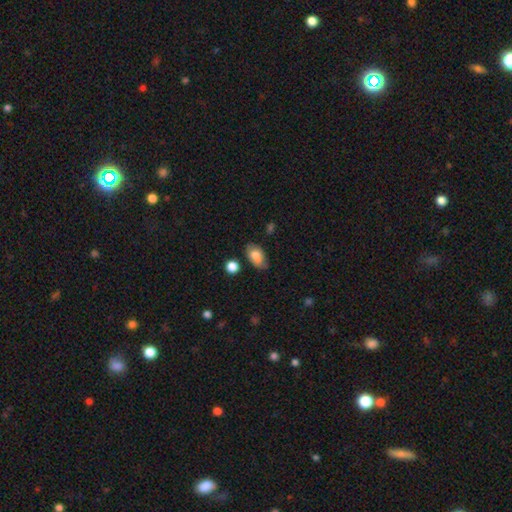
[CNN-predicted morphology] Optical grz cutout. It shows a smooth galaxy with no disk features (76%) that is in between round and cigar-shaped (90%). Merging: none (68%).